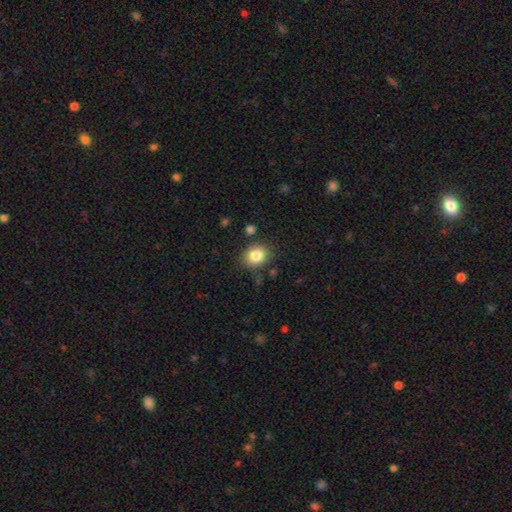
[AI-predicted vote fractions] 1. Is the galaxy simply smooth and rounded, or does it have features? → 84% smooth, 9% star or artifact, 7% featured or disk.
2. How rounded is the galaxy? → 61% round, 38% in between, 1% cigar-shaped.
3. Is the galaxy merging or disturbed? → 81% none, 12% minor disturbance, 4% merger, 3% major disturbance.